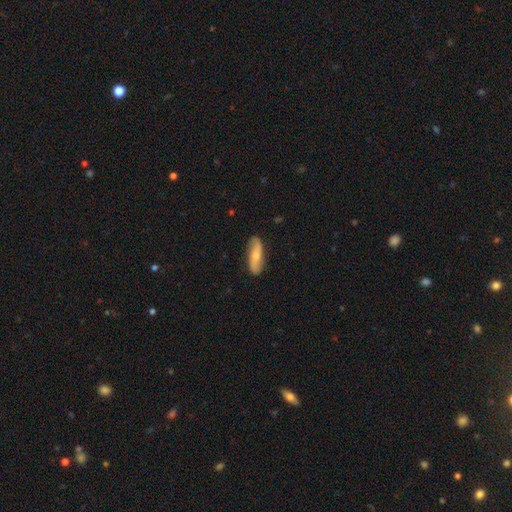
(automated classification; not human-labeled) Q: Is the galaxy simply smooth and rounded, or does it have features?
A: smooth — 50%.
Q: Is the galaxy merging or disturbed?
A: none — 82%.